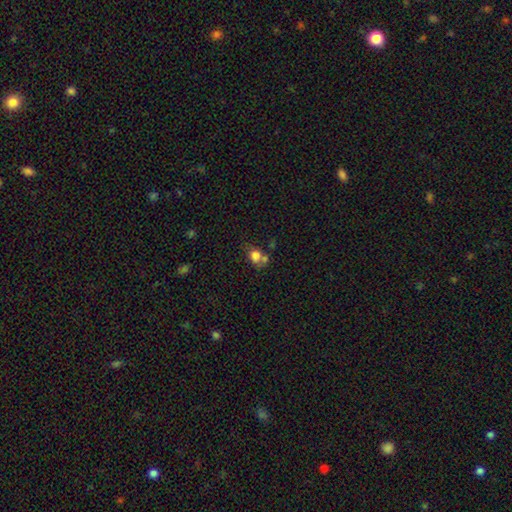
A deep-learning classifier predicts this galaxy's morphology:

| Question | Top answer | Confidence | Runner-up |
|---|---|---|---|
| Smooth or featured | smooth | 77% | star or artifact (12%) |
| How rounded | in between | 50% | round (49%) |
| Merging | none | 42% | merger (34%) |